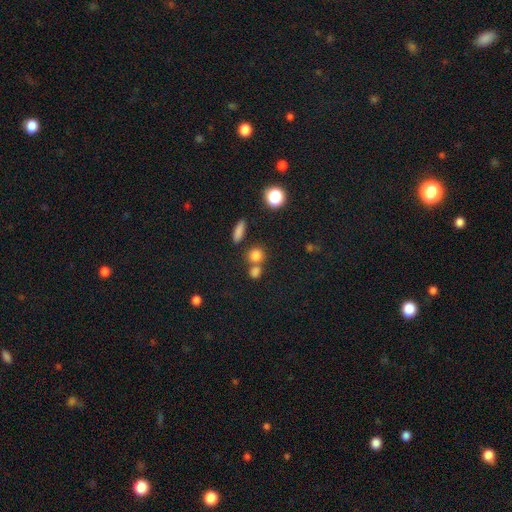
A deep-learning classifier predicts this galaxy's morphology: Overall: smooth (77%). How rounded: round (83%). Merging: none (58%; merger 30%).